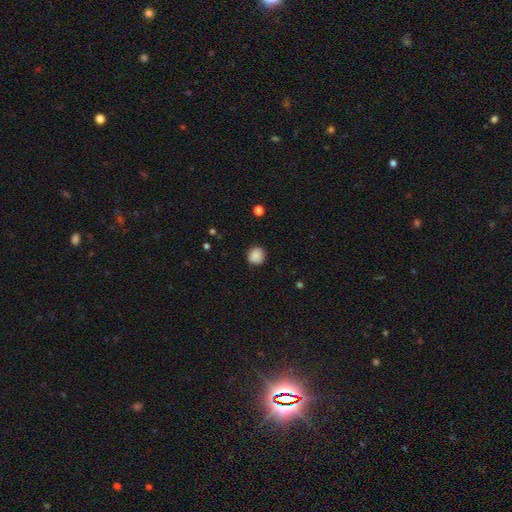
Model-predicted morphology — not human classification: Smooth or featured? Predicted: smooth (p=0.88). How rounded? Predicted: round (p=0.89). Merging? Predicted: none (p=0.87).